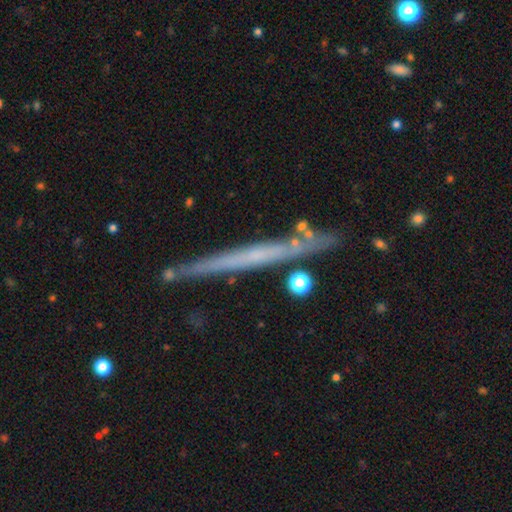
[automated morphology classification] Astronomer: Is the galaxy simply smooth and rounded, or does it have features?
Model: featured or disk — 59%.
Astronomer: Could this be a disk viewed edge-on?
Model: yes — 95%.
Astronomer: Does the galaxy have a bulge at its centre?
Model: none — 87%.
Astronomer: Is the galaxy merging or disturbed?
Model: none — 83%.